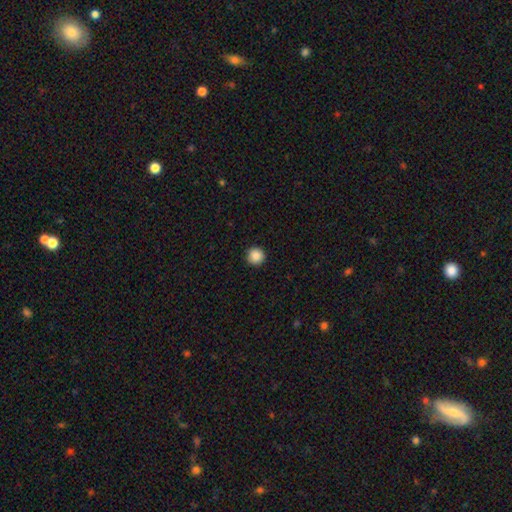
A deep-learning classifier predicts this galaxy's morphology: Q: Smooth or featured?
A: smooth (88%); runner-up: star or artifact (9%)
Q: How rounded?
A: round (96%); runner-up: in between (3%)
Q: Merging?
A: none (93%); runner-up: minor disturbance (5%)